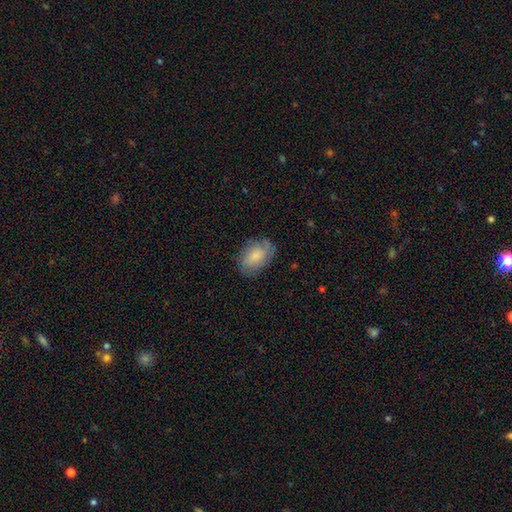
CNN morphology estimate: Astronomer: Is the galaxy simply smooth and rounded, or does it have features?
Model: smooth — 71%.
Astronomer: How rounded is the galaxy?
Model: in between — 89%.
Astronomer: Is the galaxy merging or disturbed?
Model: none — 72%.